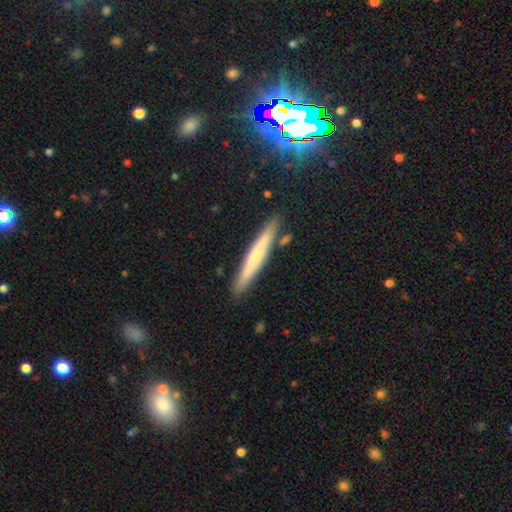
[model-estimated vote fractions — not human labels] Overall: smooth (51%; featured or disk 40%). How rounded: cigar-shaped (95%). Merging: none (86%).